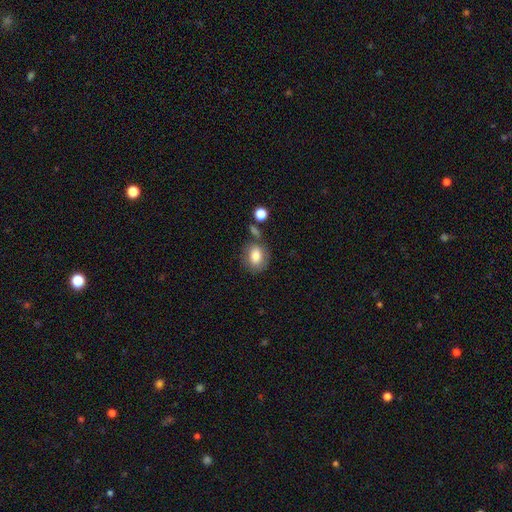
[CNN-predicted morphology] A smooth galaxy with no disk features (80%) that is in between round and cigar-shaped (58%).

Vote fractions:
- Smooth or featured? smooth: 80% / featured or disk: 12% / star or artifact: 8%
- How rounded? in between: 58% / round: 41% / cigar-shaped: 1%
- Merging? none: 62% / minor disturbance: 19% / merger: 12% / major disturbance: 7%